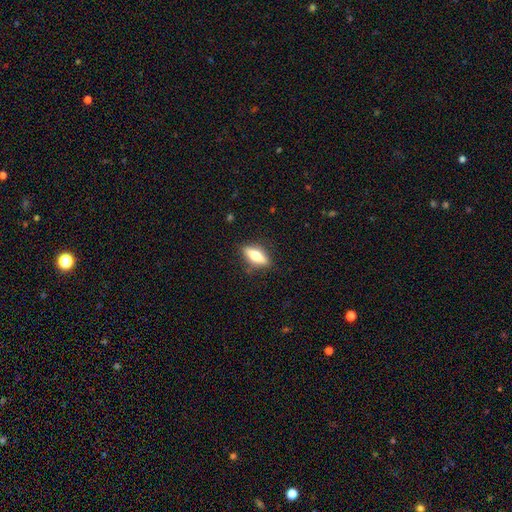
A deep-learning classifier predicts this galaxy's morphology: smooth 56%, featured or disk 38%, star or artifact 7%. Down the decision tree: how rounded — in between (64%); merging — none (85%).